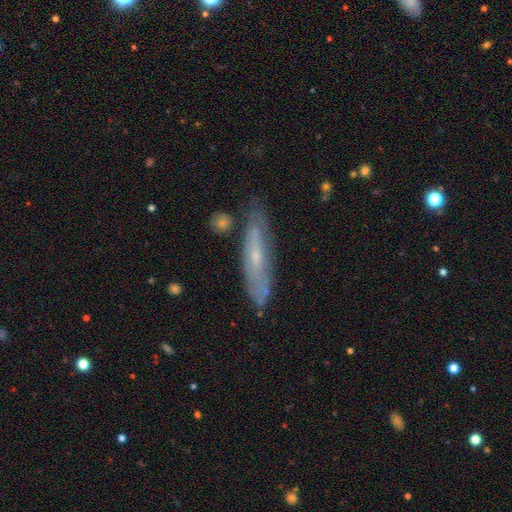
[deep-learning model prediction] Smooth or featured? Predicted: featured or disk (p=0.52). Edge-on disk? Predicted: yes (p=0.52). Merging? Predicted: none (p=0.70).